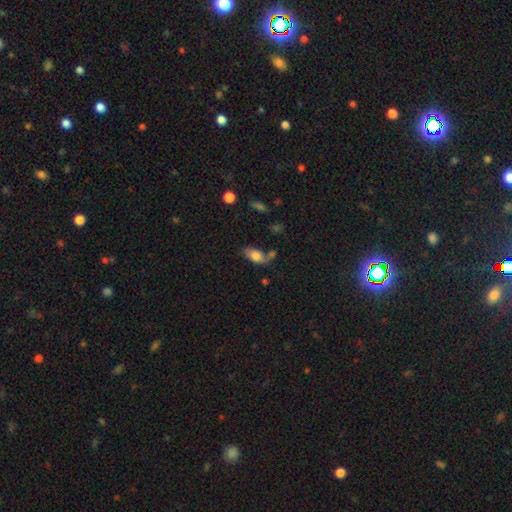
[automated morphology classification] Smooth or featured: smooth — 79% (featured or disk — 12%)
How rounded: in between — 91% (cigar-shaped — 5%)
Merging: none — 51% (minor disturbance — 22%)